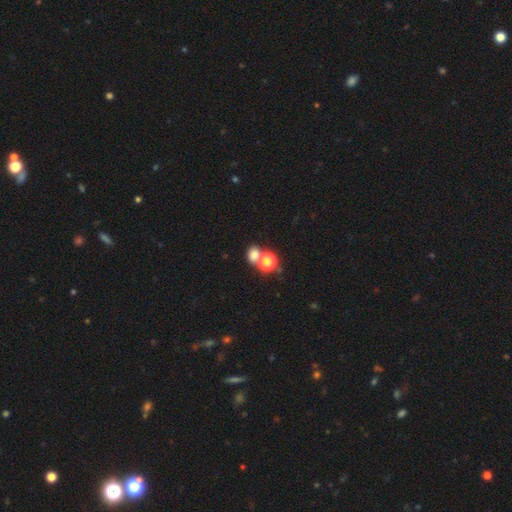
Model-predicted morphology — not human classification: smooth-or-featured: smooth: 71% | star or artifact: 20% | featured or disk: 10%
  how-rounded: round: 55% | in between: 43% | cigar-shaped: 1%
  merging: merger: 45% | none: 43% | minor disturbance: 8% | major disturbance: 4%